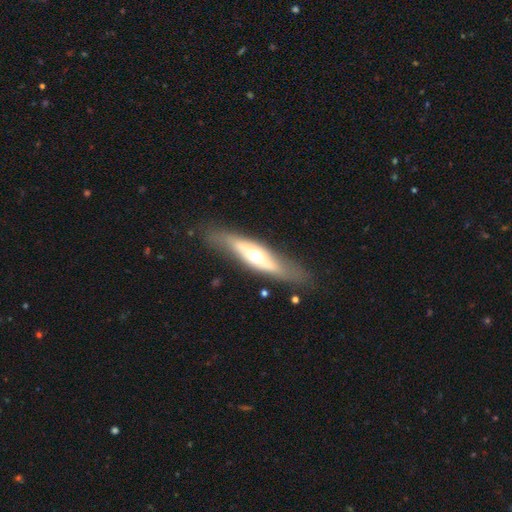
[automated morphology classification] A featured or disk galaxy (60%) viewed edge-on (58%). Merging: none (75%).